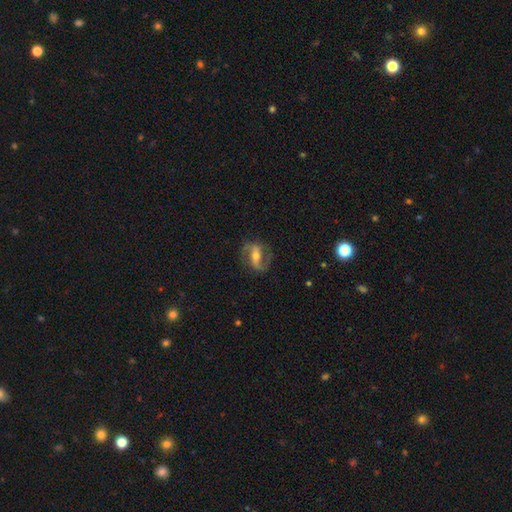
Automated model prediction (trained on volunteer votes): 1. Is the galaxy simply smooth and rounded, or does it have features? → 86% featured or disk, 9% smooth, 5% star or artifact.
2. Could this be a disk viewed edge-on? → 96% no, 4% yes.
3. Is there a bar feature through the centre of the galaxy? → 51% strong, 32% weak, 17% no.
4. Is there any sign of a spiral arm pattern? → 94% yes, 6% no.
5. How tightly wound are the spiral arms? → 49% medium, 35% loose, 16% tight.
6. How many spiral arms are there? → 91% 2, 3% can't tell, 3% 1, 1% 3, 1% 4, 1% more than 4.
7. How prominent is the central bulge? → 54% moderate, 37% small, 5% large, 3% none, 1% dominant.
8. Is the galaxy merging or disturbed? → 79% none, 13% minor disturbance, 7% major disturbance, 1% merger.